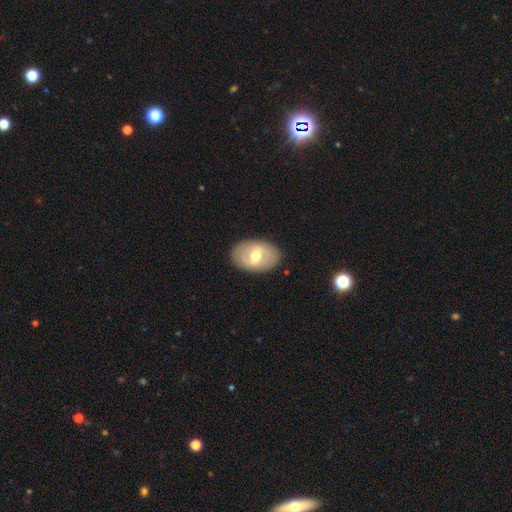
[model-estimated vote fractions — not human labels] Overall: featured or disk (47%, tied with smooth). Merging: none (86%).